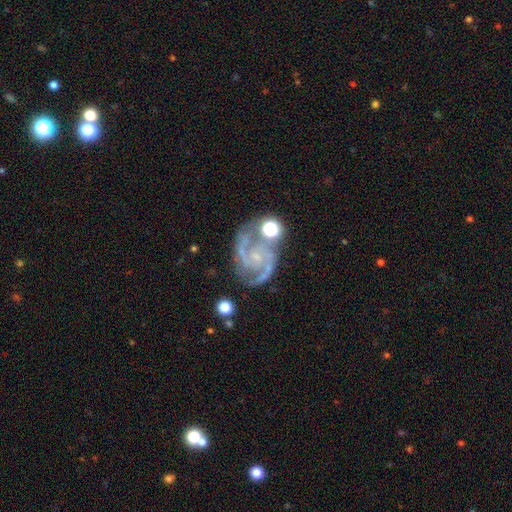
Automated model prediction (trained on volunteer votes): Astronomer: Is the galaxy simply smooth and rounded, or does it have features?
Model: featured or disk — 89%.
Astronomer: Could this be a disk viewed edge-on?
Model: no — 98%.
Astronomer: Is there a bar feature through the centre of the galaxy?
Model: no — 63%.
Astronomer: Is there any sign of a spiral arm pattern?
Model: yes — 98%.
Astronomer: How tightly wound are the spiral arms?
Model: medium — 52% (runner-up: tight, 39%).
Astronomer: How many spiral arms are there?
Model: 2 — 66%.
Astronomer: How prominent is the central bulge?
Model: small — 76%.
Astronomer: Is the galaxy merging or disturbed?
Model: none — 63%.